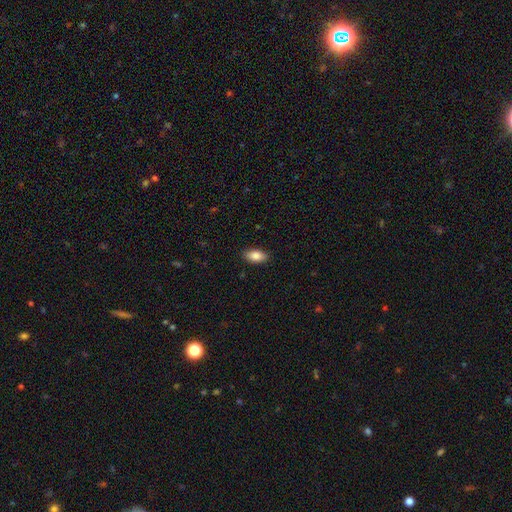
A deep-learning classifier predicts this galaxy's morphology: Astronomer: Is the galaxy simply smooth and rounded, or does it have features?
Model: smooth — 86%.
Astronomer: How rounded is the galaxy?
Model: in between — 92%.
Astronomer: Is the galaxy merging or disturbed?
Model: none — 88%.